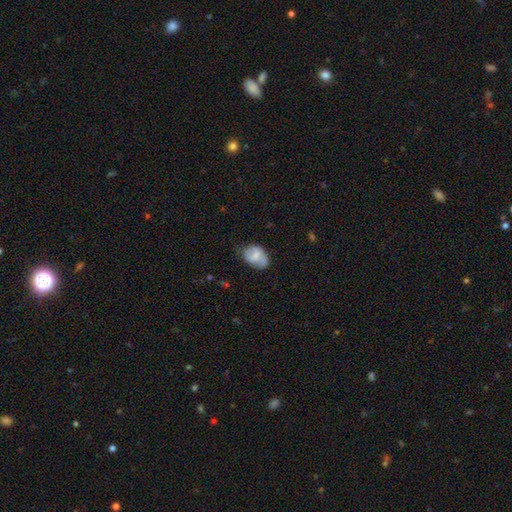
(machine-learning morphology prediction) The model was most divided on "smooth or featured": featured or disk: 47%, smooth: 46%, star or artifact: 7%. More confident: merging — none (59%).